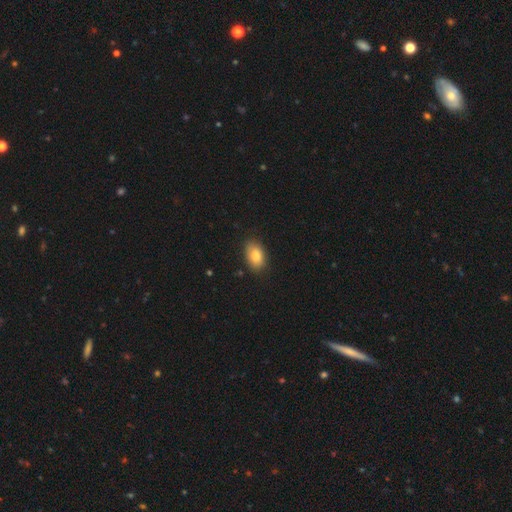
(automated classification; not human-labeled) A smooth galaxy with no disk features (85%) that is in between round and cigar-shaped (89%).

Vote fractions:
- Smooth or featured? smooth: 85% / featured or disk: 7% / star or artifact: 7%
- How rounded? in between: 89% / round: 10% / cigar-shaped: 1%
- Merging? none: 81% / minor disturbance: 15% / major disturbance: 3% / merger: 1%